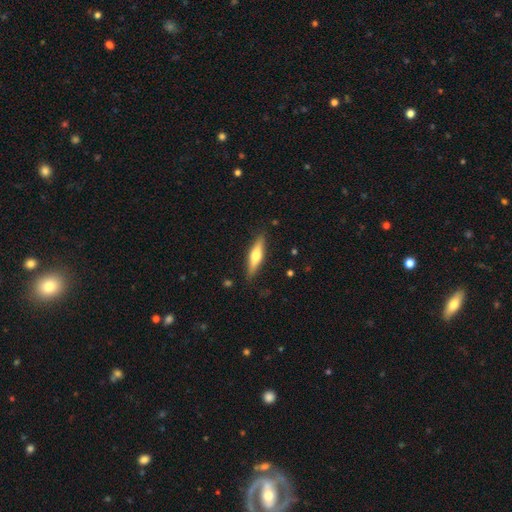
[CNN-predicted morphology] This appears to be a featured or disk galaxy (51%) viewed edge-on (94%). Merging: none (88%).